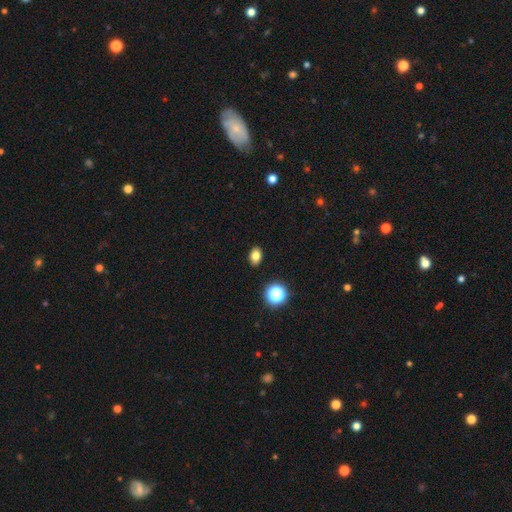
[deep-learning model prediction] smooth-or-featured: smooth: 80% | star or artifact: 13% | featured or disk: 7%
  how-rounded: in between: 78% | round: 21% | cigar-shaped: 1%
  merging: none: 89% | minor disturbance: 8% | major disturbance: 2% | merger: 1%